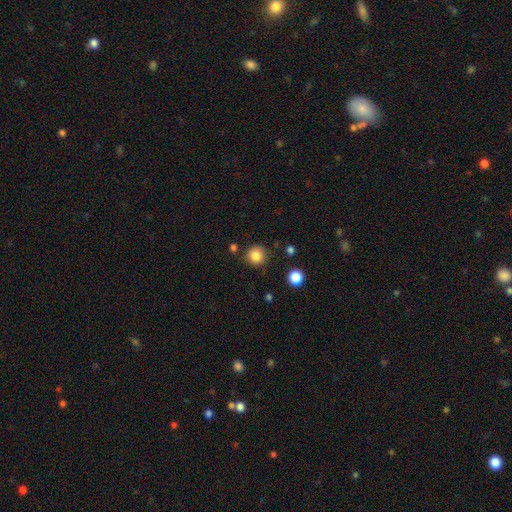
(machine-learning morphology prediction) This is clearly a smooth galaxy (85%). How rounded: clearly round (92%). Merging: clearly none (85%).